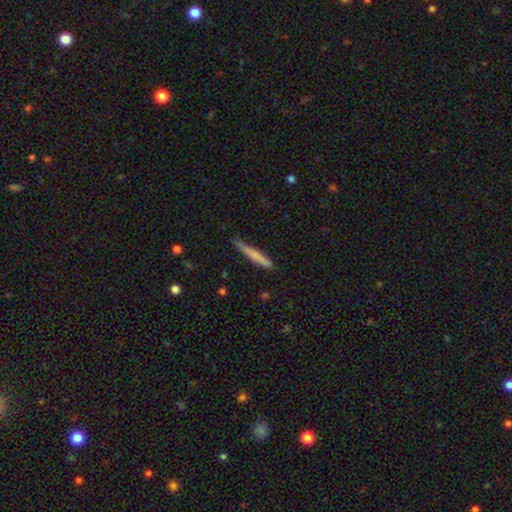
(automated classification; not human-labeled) Q: Smooth or featured?
A: smooth (66%); runner-up: featured or disk (28%)
Q: How rounded?
A: cigar-shaped (96%); runner-up: in between (3%)
Q: Merging?
A: none (80%); runner-up: minor disturbance (16%)